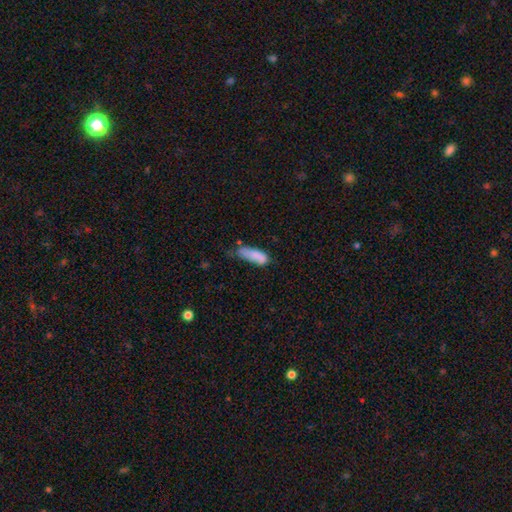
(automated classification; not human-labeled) The model was most divided on "merging": none: 42%, minor disturbance: 37%, major disturbance: 13%, merger: 7%. More confident: smooth or featured — smooth (83%); how rounded — in between (56%).